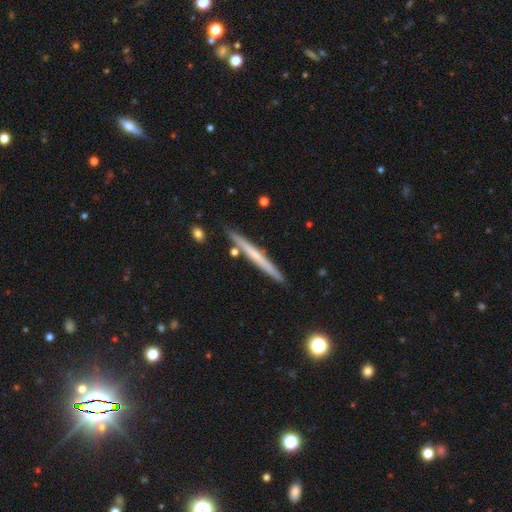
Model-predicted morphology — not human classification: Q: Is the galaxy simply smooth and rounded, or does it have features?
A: featured or disk — 54%.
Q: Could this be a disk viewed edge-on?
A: yes — 97%.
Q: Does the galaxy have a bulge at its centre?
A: none — 75%.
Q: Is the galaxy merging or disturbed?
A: none — 89%.